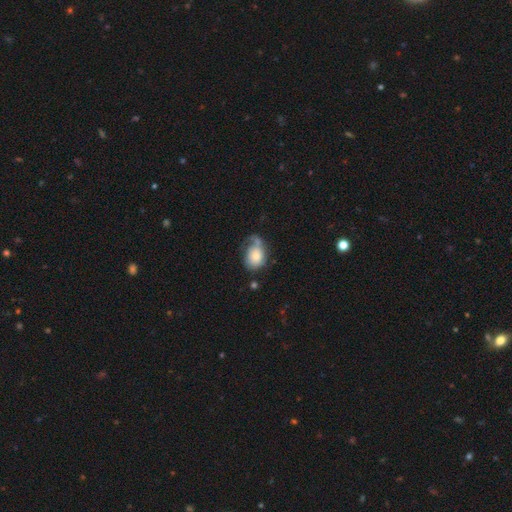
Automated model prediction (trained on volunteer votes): Overall: smooth (64%; featured or disk 28%). How rounded: in between (65%; round 34%). Merging: none (31%, tied with major disturbance).